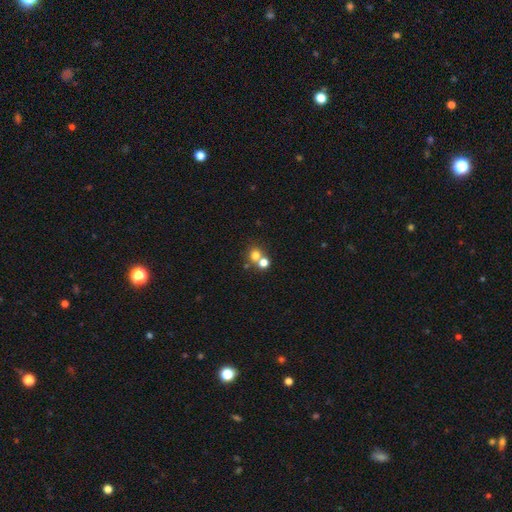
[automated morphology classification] Q: Smooth or featured?
A: smooth (73%); runner-up: star or artifact (16%)
Q: How rounded?
A: round (85%); runner-up: in between (14%)
Q: Merging?
A: none (48%); runner-up: merger (43%)